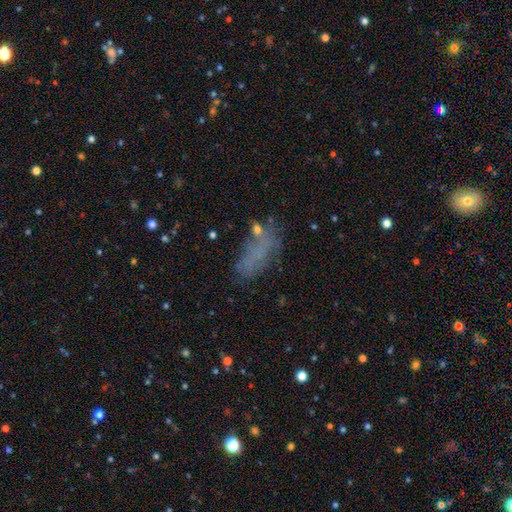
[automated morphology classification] Smooth or featured?
  - smooth: 57% *
  - featured or disk: 24%
  - star or artifact: 19%
How rounded?
  - in between: 75% *
  - cigar-shaped: 21%
  - round: 4%
Merging?
  - none: 51% *
  - minor disturbance: 23%
  - major disturbance: 19%
  - merger: 8%